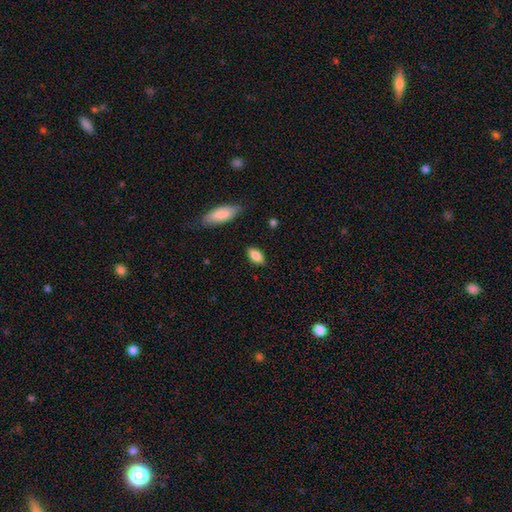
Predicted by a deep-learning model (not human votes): Smooth or featured? Predicted: smooth (p=0.83). How rounded? Predicted: in between (p=0.87). Merging? Predicted: none (p=0.84).